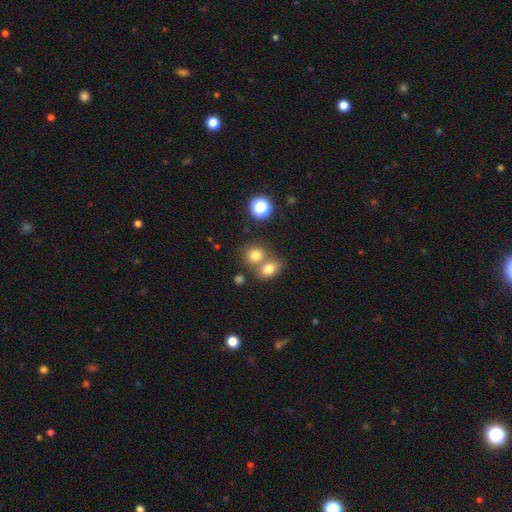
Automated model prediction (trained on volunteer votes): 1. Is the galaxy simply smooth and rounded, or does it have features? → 75% smooth, 15% star or artifact, 10% featured or disk.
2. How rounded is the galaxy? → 70% round, 29% in between, 1% cigar-shaped.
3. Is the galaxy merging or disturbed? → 46% none, 42% merger, 8% minor disturbance, 3% major disturbance.